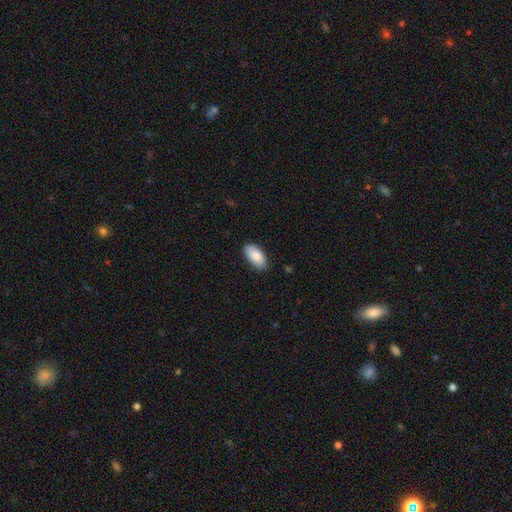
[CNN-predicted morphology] This appears to be a smooth galaxy with no disk features (87%) that is in between round and cigar-shaped (93%). Merging: none (85%).